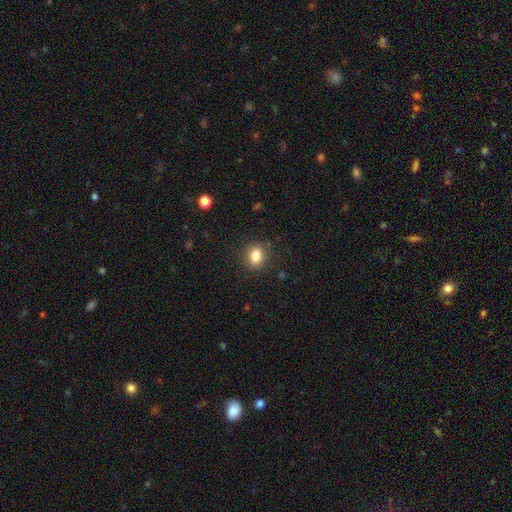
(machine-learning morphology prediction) smooth-or-featured: smooth: 84% | star or artifact: 10% | featured or disk: 6%
  how-rounded: in between: 56% | round: 42% | cigar-shaped: 1%
  merging: none: 85% | minor disturbance: 10% | major disturbance: 3% | merger: 1%